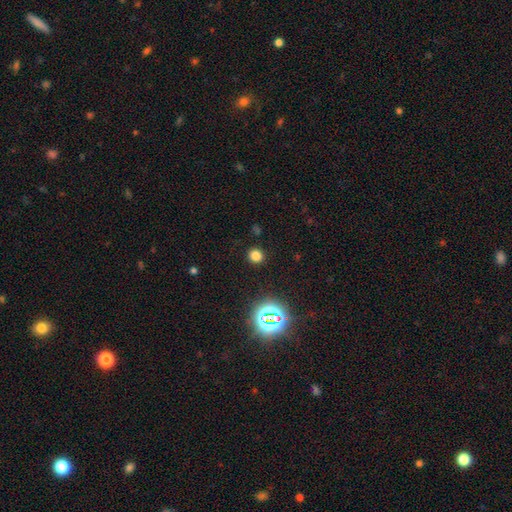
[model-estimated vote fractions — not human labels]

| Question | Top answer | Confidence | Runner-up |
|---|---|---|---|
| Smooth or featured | smooth | 75% | star or artifact (20%) |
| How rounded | round | 90% | in between (10%) |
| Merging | none | 91% | minor disturbance (6%) |